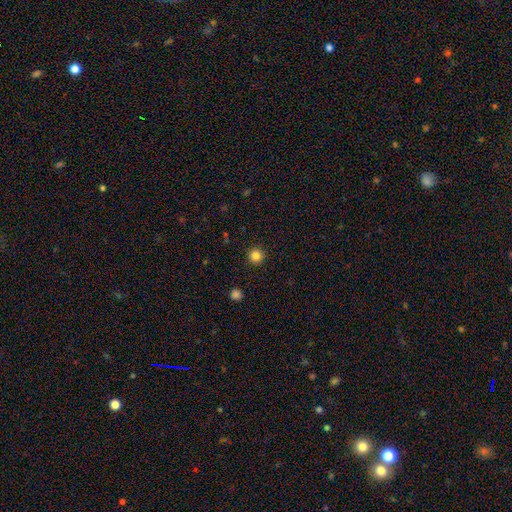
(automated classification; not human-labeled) This appears to be a smooth galaxy with no disk features (83%) that is round (95%). Merging: none (92%).